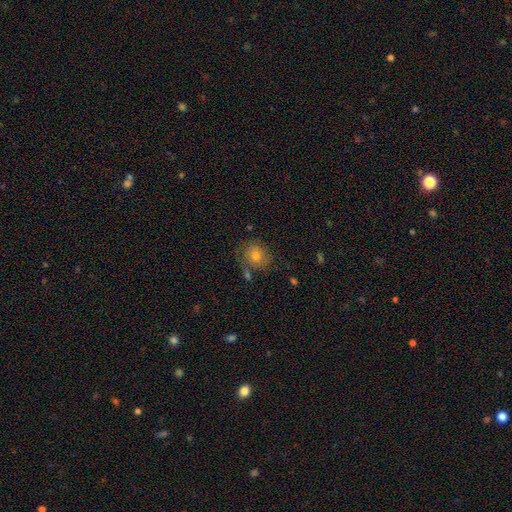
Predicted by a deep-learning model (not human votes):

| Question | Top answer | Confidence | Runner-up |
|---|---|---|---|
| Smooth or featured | smooth | 63% | featured or disk (25%) |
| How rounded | round | 82% | in between (17%) |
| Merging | none | 73% | minor disturbance (16%) |